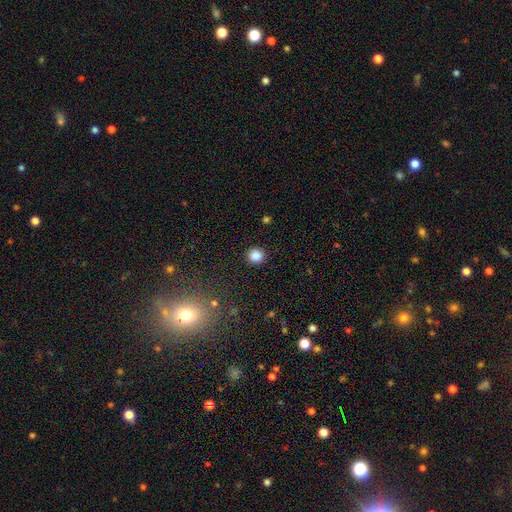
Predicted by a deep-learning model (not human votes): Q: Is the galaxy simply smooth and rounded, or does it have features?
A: smooth — 86%.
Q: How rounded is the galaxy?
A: round — 94%.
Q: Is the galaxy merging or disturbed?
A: none — 92%.